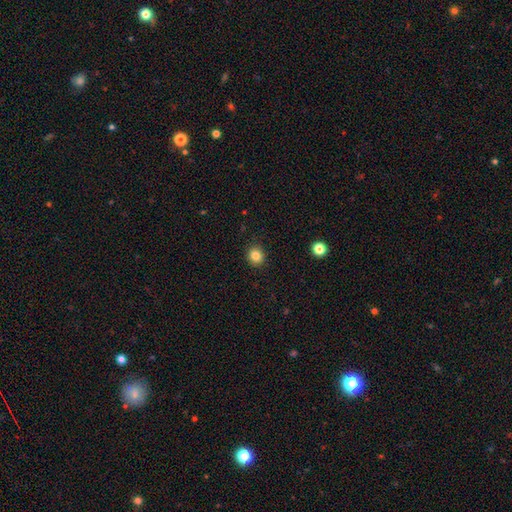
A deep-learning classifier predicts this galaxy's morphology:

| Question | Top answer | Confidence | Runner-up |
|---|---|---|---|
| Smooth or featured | smooth | 84% | star or artifact (11%) |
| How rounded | round | 84% | in between (15%) |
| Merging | none | 91% | minor disturbance (6%) |